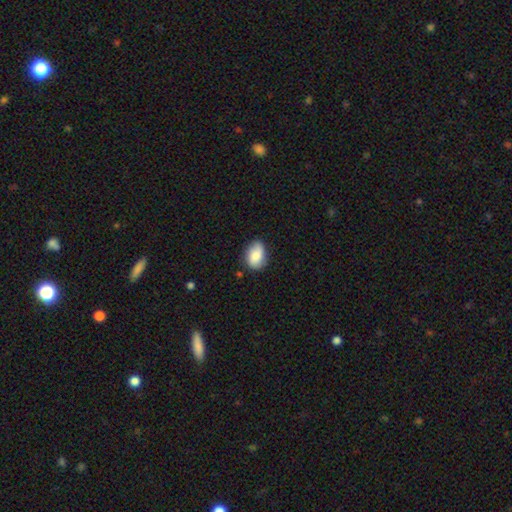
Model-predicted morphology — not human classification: Q: Smooth or featured?
A: smooth (76%); runner-up: featured or disk (16%)
Q: How rounded?
A: in between (78%); runner-up: round (21%)
Q: Merging?
A: none (68%); runner-up: minor disturbance (25%)